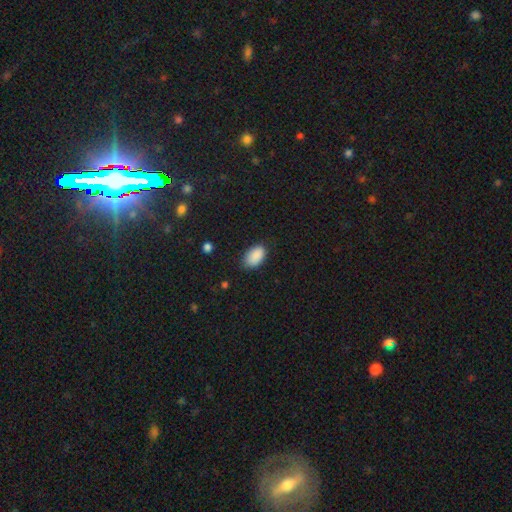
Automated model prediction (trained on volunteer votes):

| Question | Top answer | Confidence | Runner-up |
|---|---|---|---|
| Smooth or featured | smooth | 90% | star or artifact (7%) |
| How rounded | in between | 93% | round (6%) |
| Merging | none | 81% | minor disturbance (15%) |